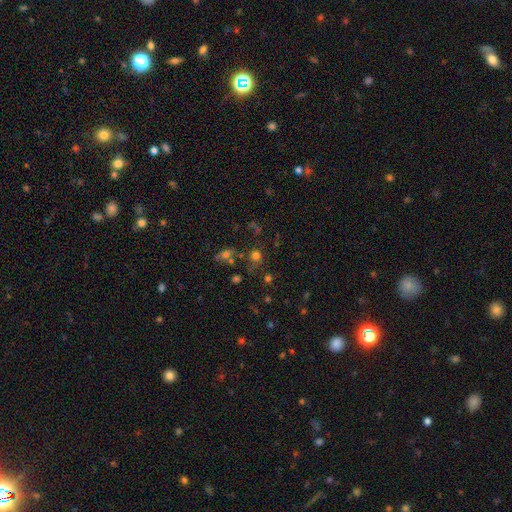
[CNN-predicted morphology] Overall: smooth (68%). How rounded: round (87%). Merging: none (71%).